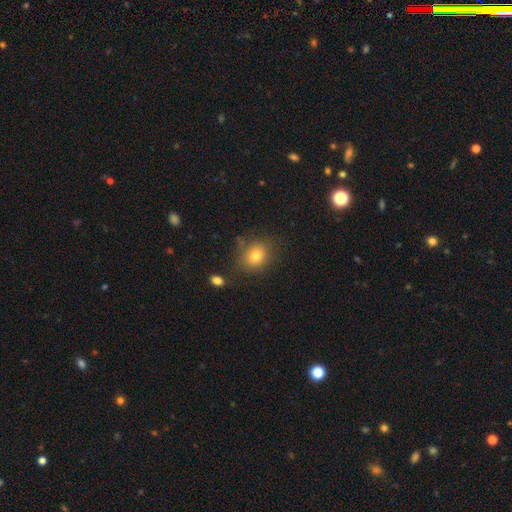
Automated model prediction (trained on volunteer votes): A smooth galaxy with no disk features (78%) that is round (61%).

Vote fractions:
- Smooth or featured? smooth: 78% / star or artifact: 12% / featured or disk: 10%
- How rounded? round: 61% / in between: 38% / cigar-shaped: 1%
- Merging? none: 74% / minor disturbance: 16% / major disturbance: 5% / merger: 4%